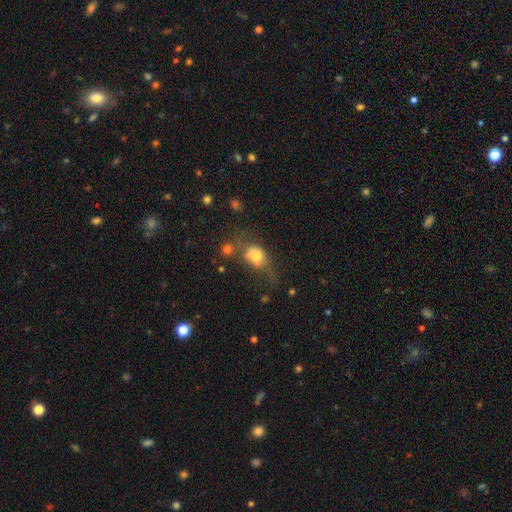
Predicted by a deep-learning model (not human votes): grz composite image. It shows a smooth galaxy with no disk features (66%) that is in between round and cigar-shaped (54%). Merging: major disturbance (30%).